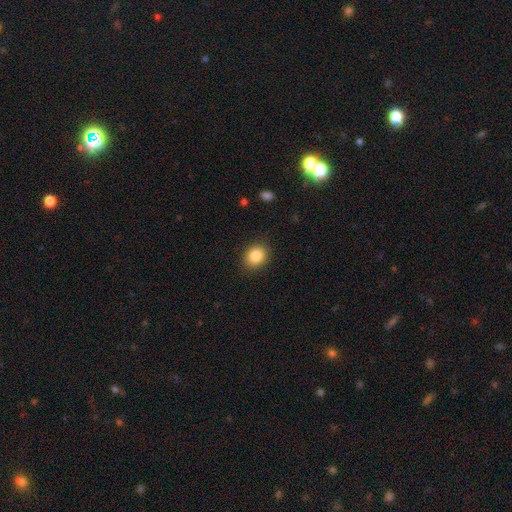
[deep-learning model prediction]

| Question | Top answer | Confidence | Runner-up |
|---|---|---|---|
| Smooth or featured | smooth | 85% | star or artifact (9%) |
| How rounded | round | 57% | in between (42%) |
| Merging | none | 88% | minor disturbance (9%) |